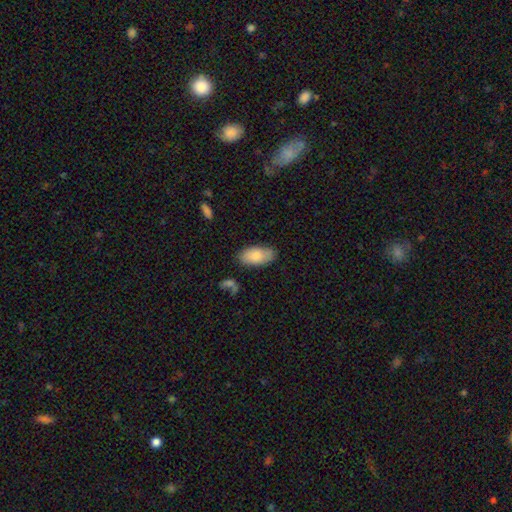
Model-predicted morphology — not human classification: smooth 80%, featured or disk 14%, star or artifact 6%. Down the decision tree: how rounded — in between (94%); merging — none (79%).